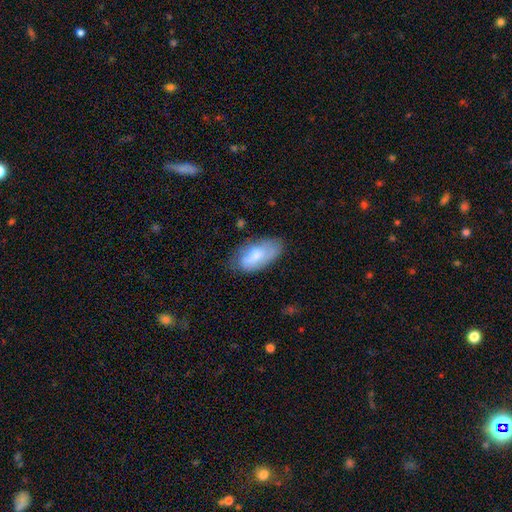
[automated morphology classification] Overall: smooth (68%). How rounded: in between (93%). Merging: none (58%; minor disturbance 29%).